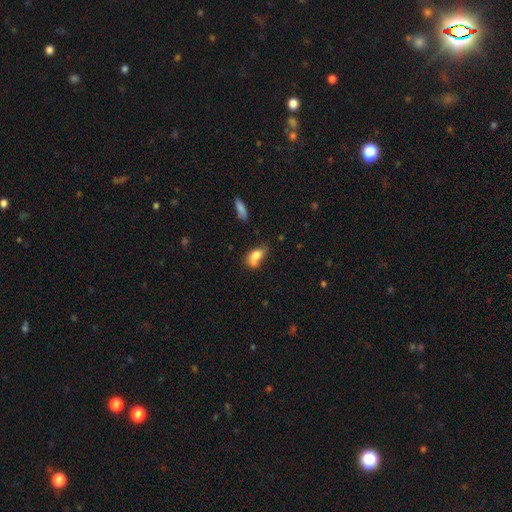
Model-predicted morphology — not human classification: smooth 74%, featured or disk 17%, star or artifact 9%. Down the decision tree: how rounded — in between (80%); merging — merger (36%).